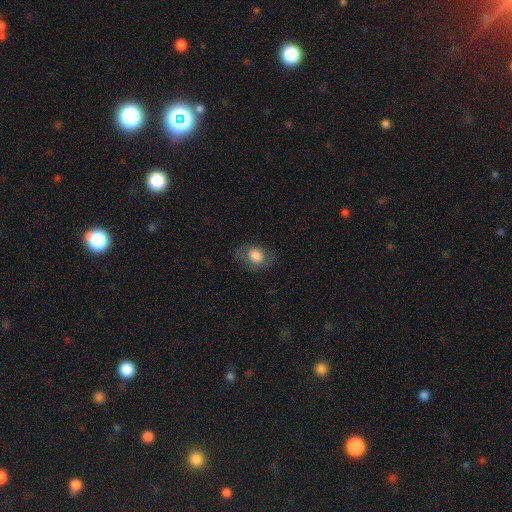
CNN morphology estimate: Smooth or featured? smooth (73%)
How rounded? in between (71%)
Merging? none (74%)